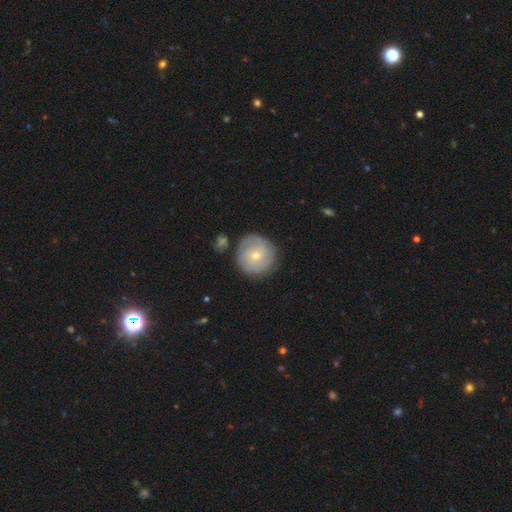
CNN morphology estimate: Overall: featured or disk (53%; smooth 40%). Edge-on disk: no (97%). Bar: no (78%). Spiral arms: yes (76%). Bulge size: small (51%; moderate 45%). Merging: none (79%).